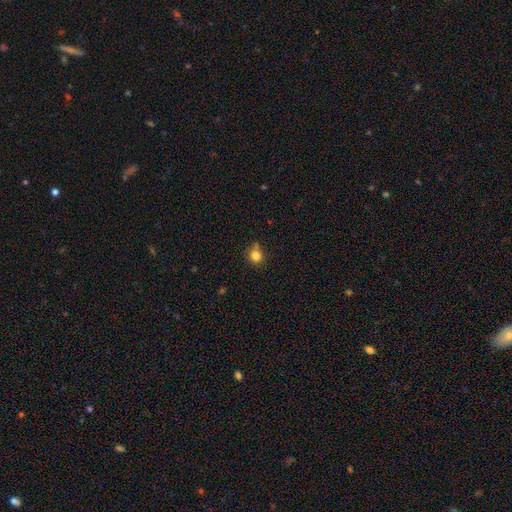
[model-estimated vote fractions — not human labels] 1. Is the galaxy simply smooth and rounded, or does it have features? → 81% smooth, 12% star or artifact, 7% featured or disk.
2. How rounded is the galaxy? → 86% round, 13% in between, 1% cigar-shaped.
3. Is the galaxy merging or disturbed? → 69% none, 18% minor disturbance, 10% merger, 4% major disturbance.